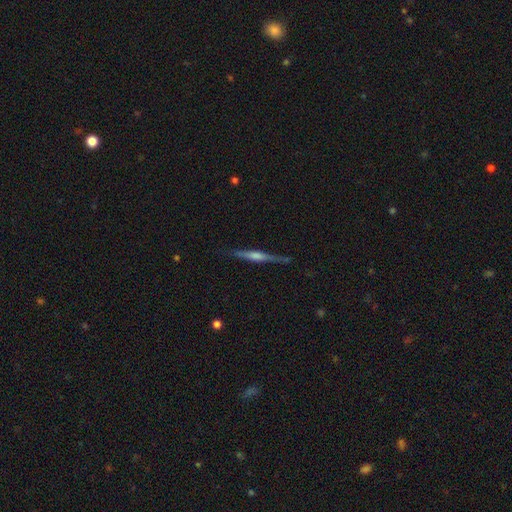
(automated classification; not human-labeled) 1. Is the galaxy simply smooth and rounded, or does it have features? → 75% featured or disk, 18% smooth, 6% star or artifact.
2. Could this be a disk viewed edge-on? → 98% yes, 2% no.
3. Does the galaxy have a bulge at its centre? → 60% rounded, 25% boxy, 15% none.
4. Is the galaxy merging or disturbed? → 85% none, 11% minor disturbance, 2% major disturbance, 2% merger.